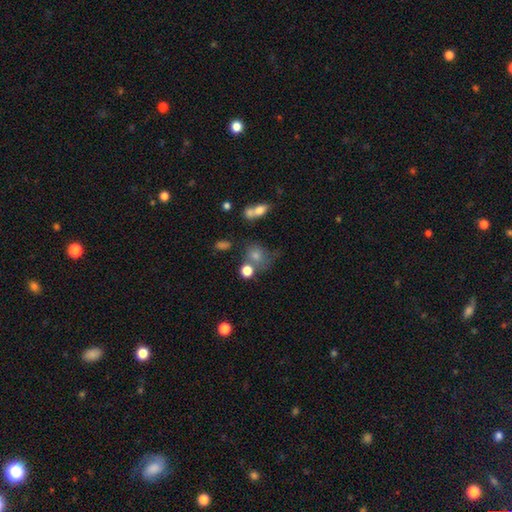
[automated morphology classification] This is likely a smooth galaxy (66%). How rounded: likely round (69%). Merging: possibly none (50%).